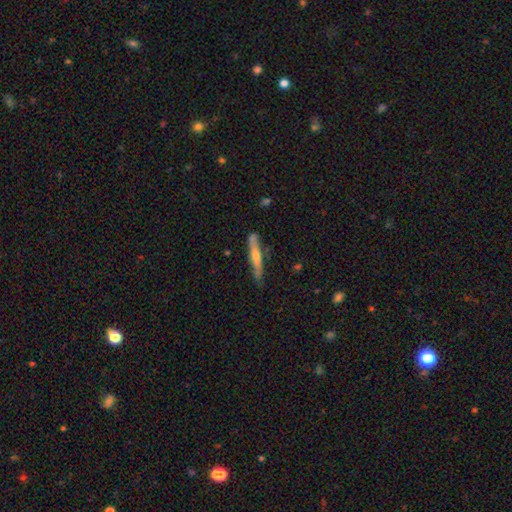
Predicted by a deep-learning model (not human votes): Smooth or featured? featured or disk (61%)
Edge-on disk? yes (94%)
Edge-on bulge? rounded (77%)
Merging? none (84%)